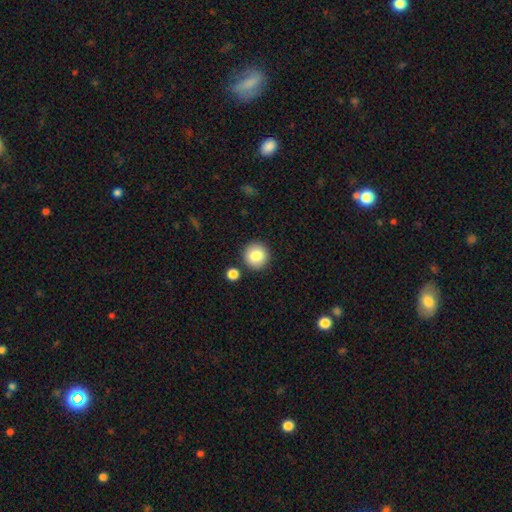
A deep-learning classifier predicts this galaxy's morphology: smooth_or_featured: smooth (p=0.83) [alt: star or artifact p=0.09]
how_rounded: round (p=0.95) [alt: in between p=0.04]
merging: none (p=0.87) [alt: minor disturbance p=0.06]